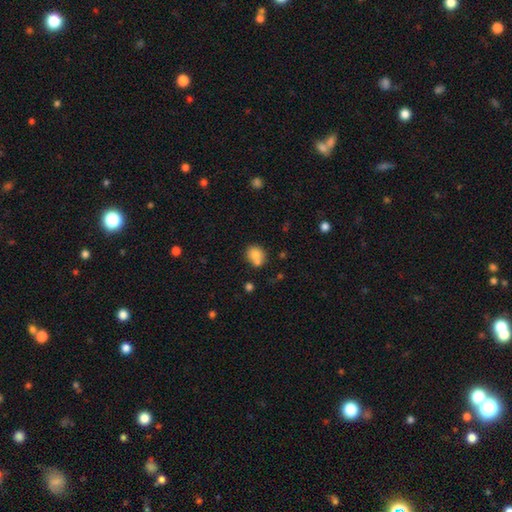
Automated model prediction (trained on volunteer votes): Smooth or featured: smooth — 79% (featured or disk — 11%)
How rounded: round — 73% (in between — 26%)
Merging: none — 53% (merger — 32%)